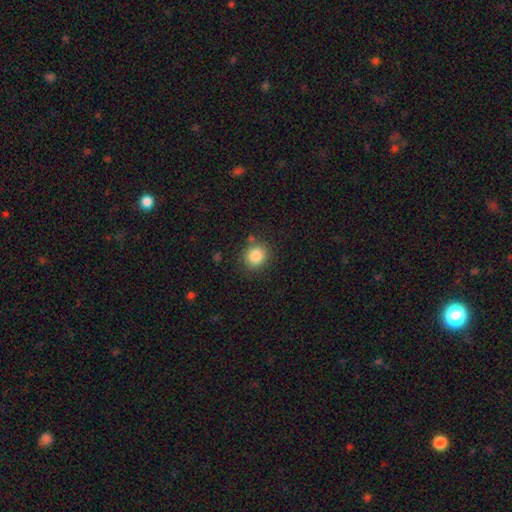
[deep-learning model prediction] A smooth galaxy with no disk features (85%) that is round (81%). Merging: none (83%).